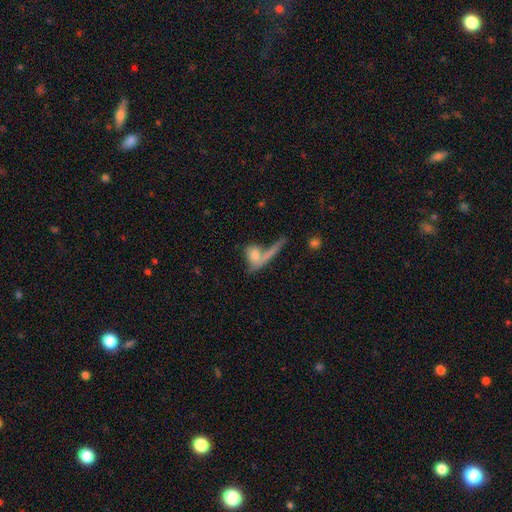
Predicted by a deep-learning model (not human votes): smooth-or-featured: smooth: 65% | featured or disk: 26% | star or artifact: 9%
  how-rounded: in between: 48% | round: 28% | cigar-shaped: 23%
  merging: merger: 40% | none: 36% | major disturbance: 12% | minor disturbance: 12%